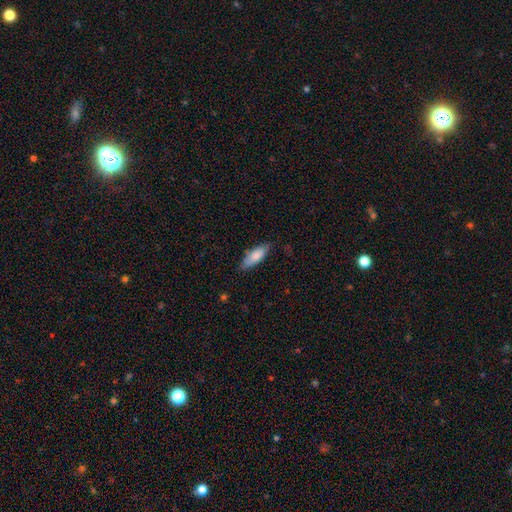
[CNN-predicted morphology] This is clearly a smooth galaxy (80%). How rounded: likely in between (61%). Merging: likely none (75%).